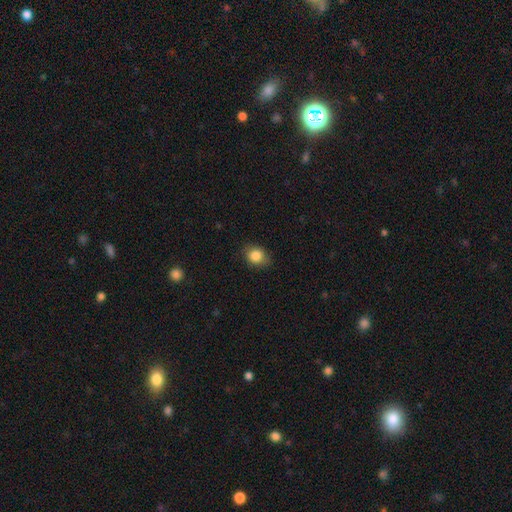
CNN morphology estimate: type=smooth (85%); roundness=round (55%); merging=none (79%).